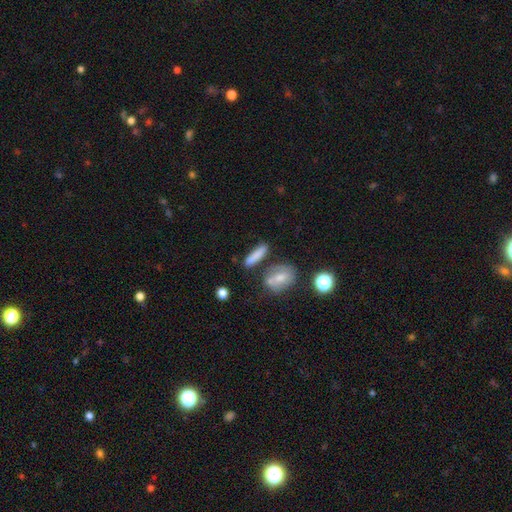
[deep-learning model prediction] smooth-or-featured: smooth: 77% | featured or disk: 14% | star or artifact: 8%
  how-rounded: cigar-shaped: 72% | in between: 23% | round: 5%
  merging: none: 72% | minor disturbance: 13% | merger: 10% | major disturbance: 5%